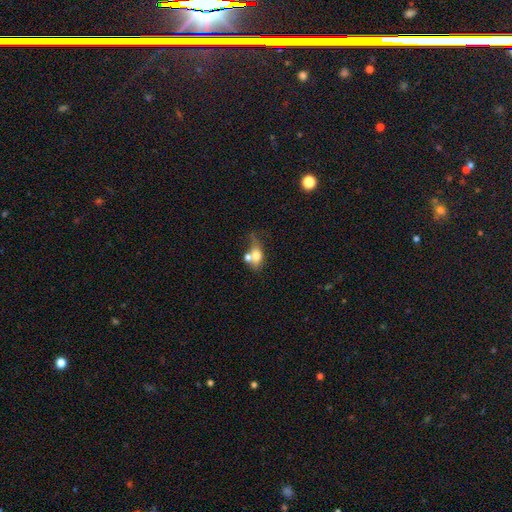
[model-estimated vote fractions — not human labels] smooth_or_featured: smooth (p=0.66) [alt: featured or disk p=0.24]
how_rounded: in between (p=0.68) [alt: round p=0.25]
merging: merger (p=0.47) [alt: none p=0.27]